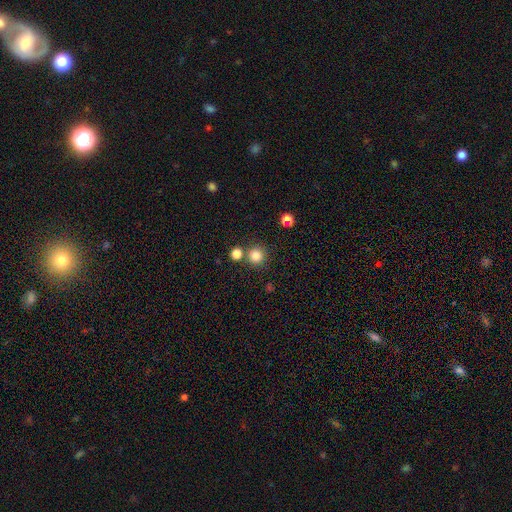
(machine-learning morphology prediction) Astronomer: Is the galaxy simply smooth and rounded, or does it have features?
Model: smooth — 81%.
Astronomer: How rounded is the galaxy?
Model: round — 95%.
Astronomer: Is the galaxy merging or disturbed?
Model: none — 81%.